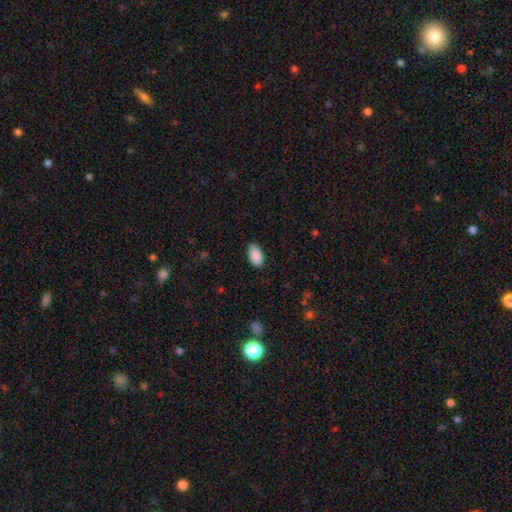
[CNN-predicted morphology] type=smooth (90%); roundness=in between (95%); merging=none (80%).